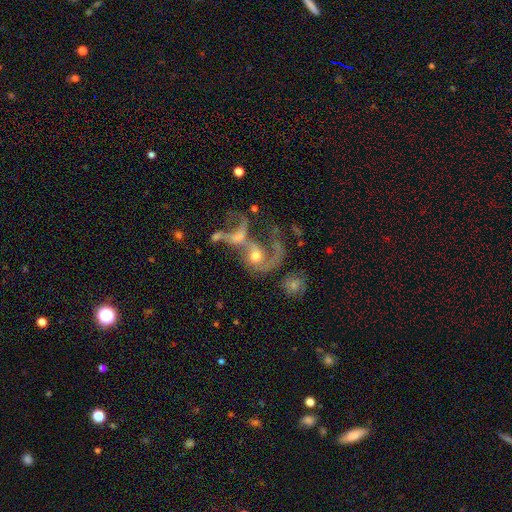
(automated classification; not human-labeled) Overall: featured or disk (68%). Edge-on disk: no (97%). Bar: no (73%). Spiral arms: yes (64%; no 36%). Bulge size: moderate (53%; small 24%). Merging: merger (53%; major disturbance 25%).